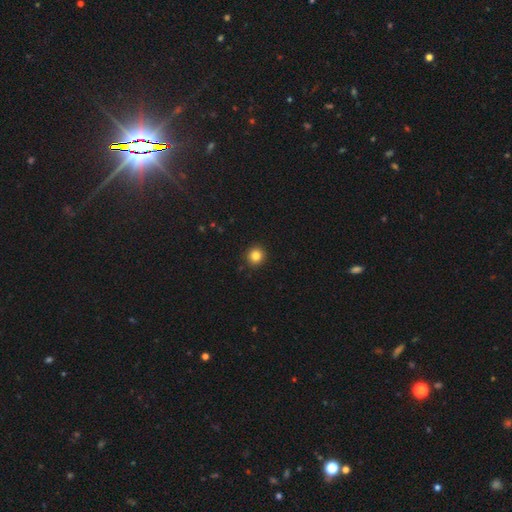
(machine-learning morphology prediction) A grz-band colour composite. It shows a smooth galaxy with no disk features (84%) that is round (93%). Merging: none (92%).